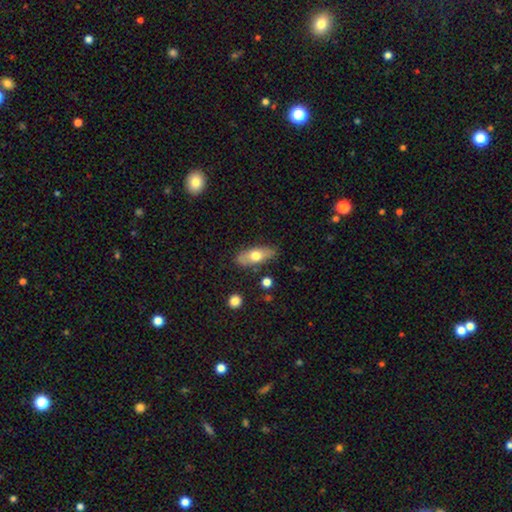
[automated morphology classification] smooth 61%, featured or disk 32%, star or artifact 6%. Down the decision tree: how rounded — in between (77%); merging — none (78%).